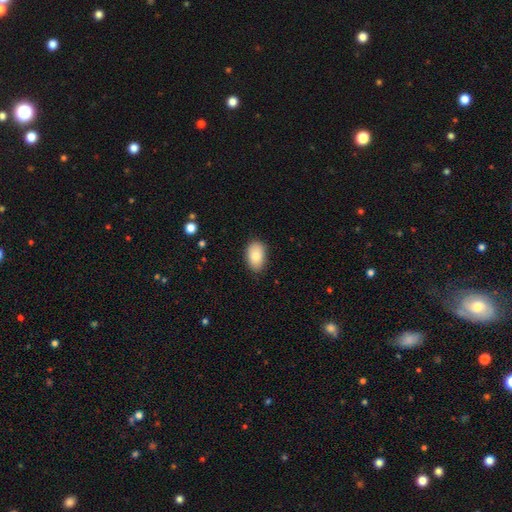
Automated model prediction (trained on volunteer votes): This appears to be a smooth galaxy with no disk features (80%) that is in between round and cigar-shaped (88%). Merging: none (84%).